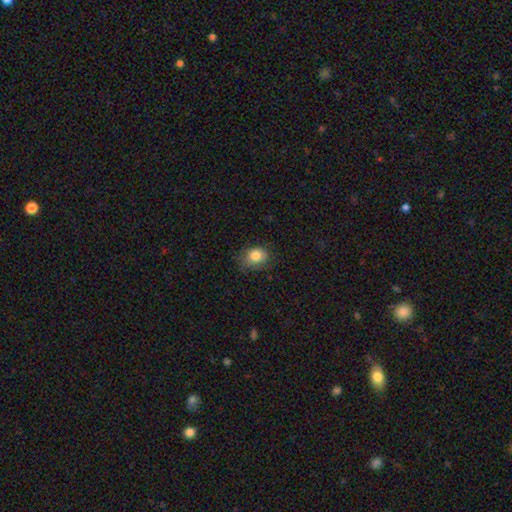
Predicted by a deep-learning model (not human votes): Smooth or featured: smooth — 82% (star or artifact — 9%)
How rounded: round — 52% (in between — 47%)
Merging: none — 67% (minor disturbance — 24%)